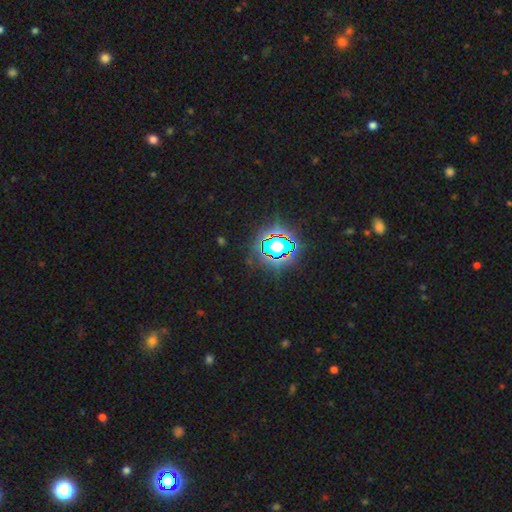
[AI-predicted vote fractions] Q: Smooth or featured?
A: star or artifact (83%); runner-up: smooth (10%)